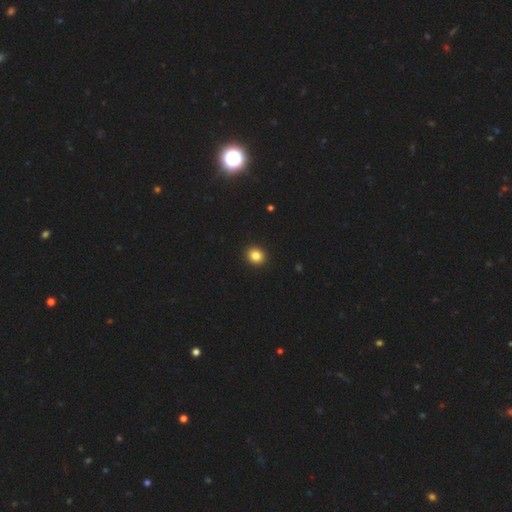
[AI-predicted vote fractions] smooth_or_featured: smooth (p=0.85) [alt: star or artifact p=0.11]
how_rounded: round (p=0.77) [alt: in between p=0.22]
merging: none (p=0.93) [alt: minor disturbance p=0.04]